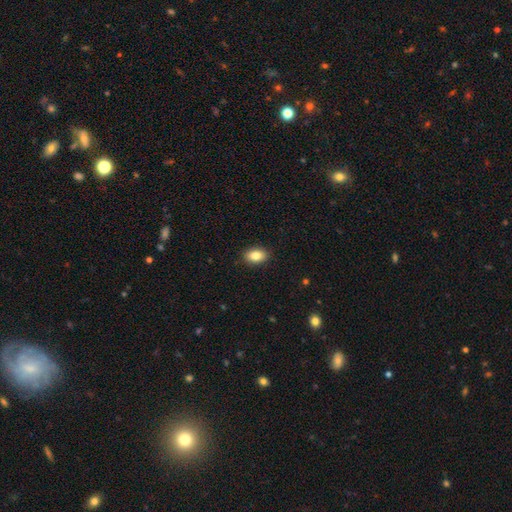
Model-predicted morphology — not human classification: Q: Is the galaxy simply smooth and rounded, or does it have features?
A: smooth — 84%.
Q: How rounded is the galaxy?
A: in between — 81%.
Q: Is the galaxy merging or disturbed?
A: none — 90%.